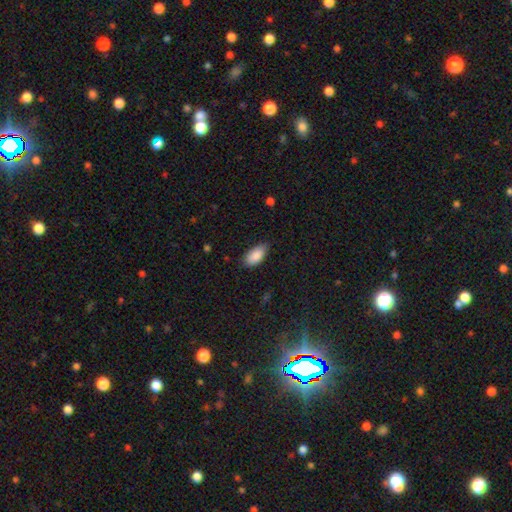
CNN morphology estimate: Smooth or featured? smooth (88%)
How rounded? in between (93%)
Merging? none (80%)